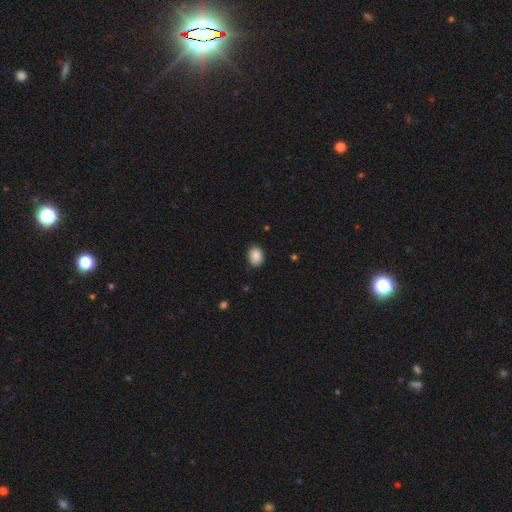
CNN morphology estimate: Smooth or featured: smooth — 87% (star or artifact — 8%)
How rounded: in between — 65% (round — 35%)
Merging: none — 87% (minor disturbance — 10%)